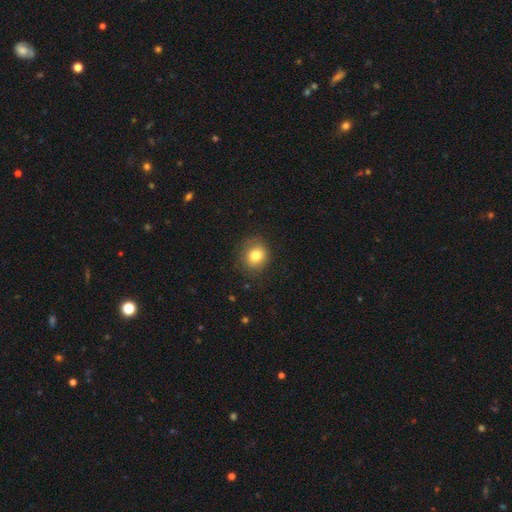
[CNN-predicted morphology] smooth 79%, star or artifact 11%, featured or disk 10%. Down the decision tree: how rounded — round (80%); merging — none (84%).